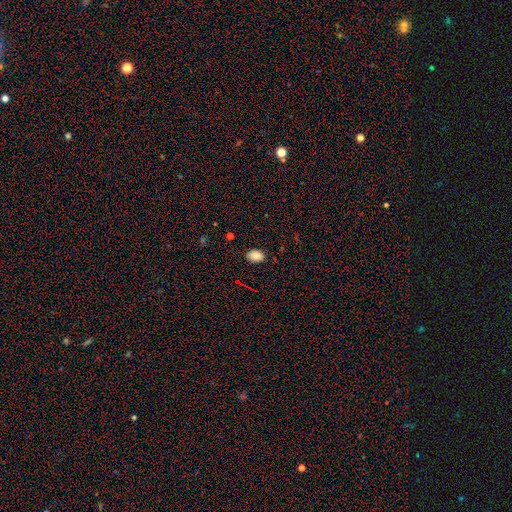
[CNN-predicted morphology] smooth 83%, star or artifact 11%, featured or disk 7%. Down the decision tree: how rounded — in between (82%); merging — none (85%).